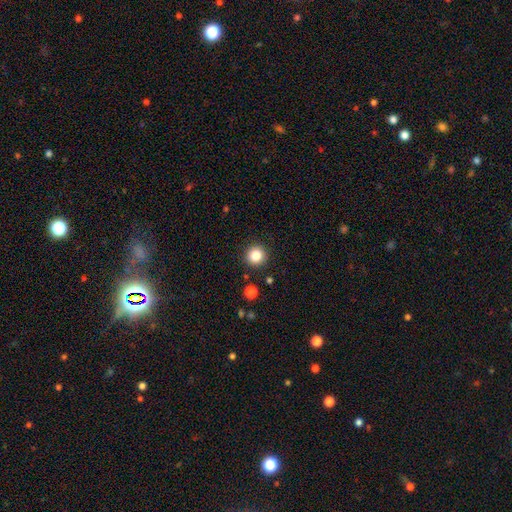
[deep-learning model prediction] A smooth galaxy with no disk features (84%) that is round (94%). Merging: none (91%).